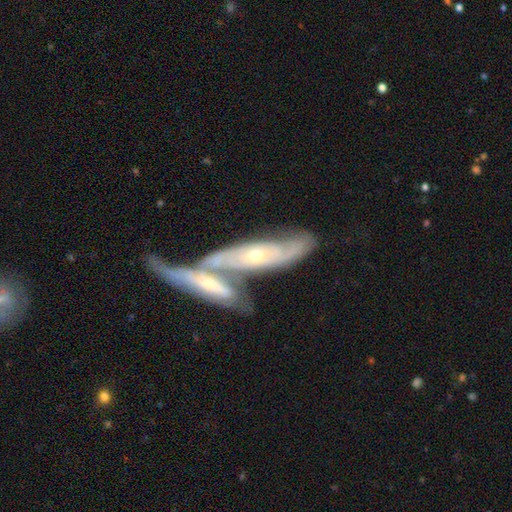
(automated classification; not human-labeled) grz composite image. It shows a featured or disk galaxy (78%) with no bar (66%), spiral arms (87%) and a small central bulge (56%). Merging: merger (55%).